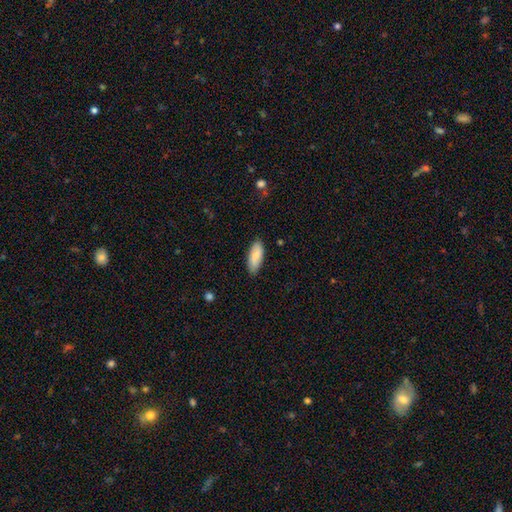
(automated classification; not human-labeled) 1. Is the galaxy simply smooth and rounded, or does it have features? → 77% smooth, 17% featured or disk, 6% star or artifact.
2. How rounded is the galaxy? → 83% in between, 15% cigar-shaped, 2% round.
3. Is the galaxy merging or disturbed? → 83% none, 13% minor disturbance, 2% major disturbance, 1% merger.